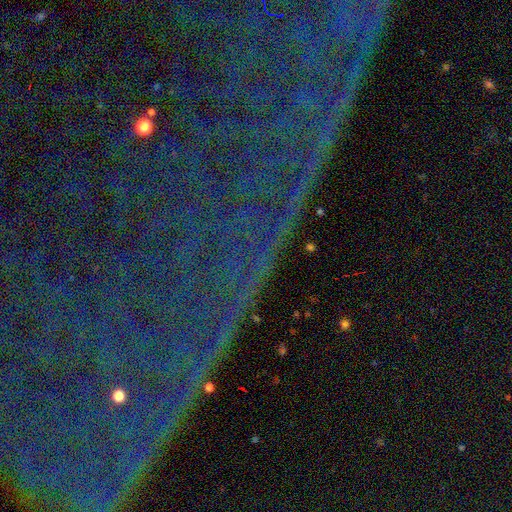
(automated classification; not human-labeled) Smooth or featured? star or artifact (86%)